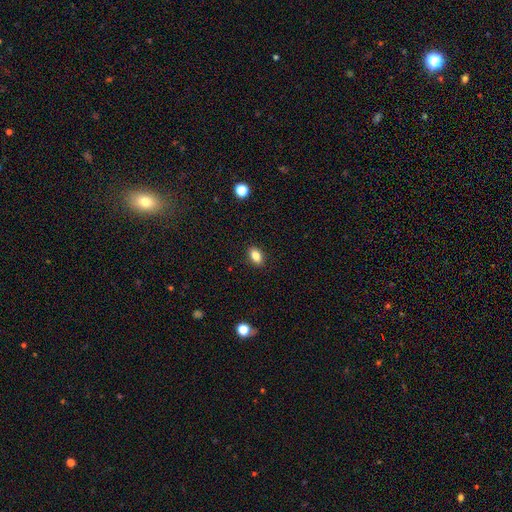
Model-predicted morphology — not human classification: Q: Smooth or featured?
A: smooth (84%); runner-up: star or artifact (9%)
Q: How rounded?
A: in between (85%); runner-up: round (12%)
Q: Merging?
A: none (89%); runner-up: minor disturbance (8%)